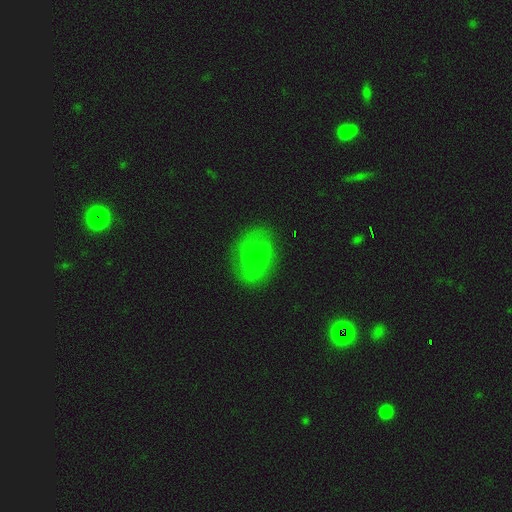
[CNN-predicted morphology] Smooth or featured: featured or disk — 57% (smooth — 33%)
Edge-on disk: no — 96% (yes — 4%)
Bar: weak — 49% (no — 39%)
Spiral arms: yes — 72% (no — 28%)
Bulge size: small — 63% (moderate — 31%)
Merging: none — 77% (minor disturbance — 15%)